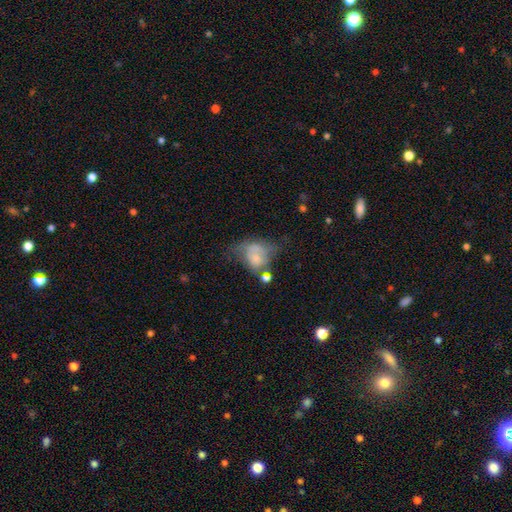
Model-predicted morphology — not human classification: Overall: smooth (60%; featured or disk 30%). How rounded: in between (58%; round 40%). Merging: major disturbance (32%; minor disturbance 24%).